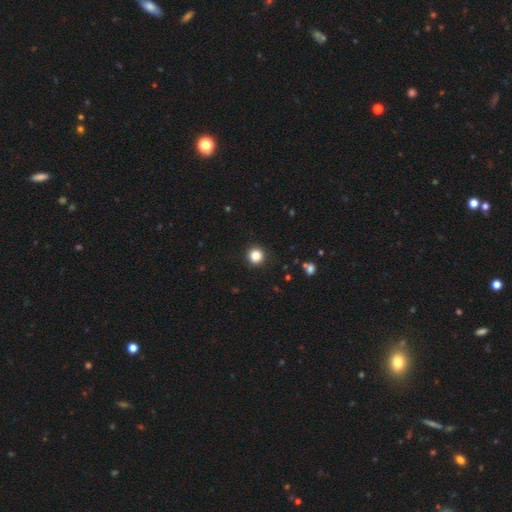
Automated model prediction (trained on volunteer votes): This is clearly a smooth galaxy (86%). How rounded: clearly round (93%). Merging: clearly none (91%).